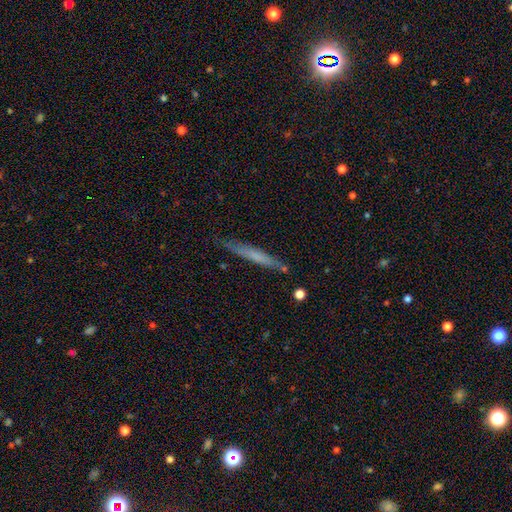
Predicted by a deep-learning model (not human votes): Smooth or featured? smooth (54%)
How rounded? cigar-shaped (95%)
Merging? none (81%)